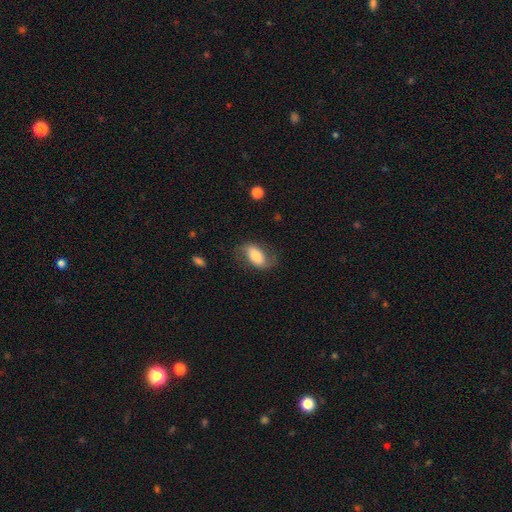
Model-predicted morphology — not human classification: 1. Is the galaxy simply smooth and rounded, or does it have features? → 58% smooth, 35% featured or disk, 7% star or artifact.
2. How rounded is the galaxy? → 90% in between, 6% round, 3% cigar-shaped.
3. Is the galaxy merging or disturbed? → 65% none, 22% minor disturbance, 12% major disturbance, 2% merger.